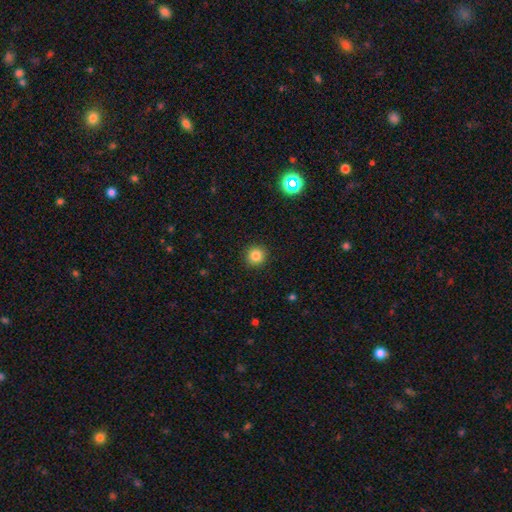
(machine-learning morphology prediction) Q: Smooth or featured?
A: smooth (84%); runner-up: star or artifact (11%)
Q: How rounded?
A: round (94%); runner-up: in between (5%)
Q: Merging?
A: none (92%); runner-up: minor disturbance (5%)